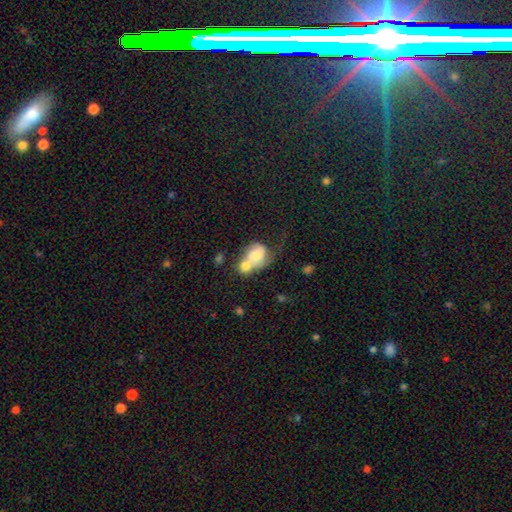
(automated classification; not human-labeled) This appears to be a smooth galaxy with no disk features (64%) that is round (53%). Merging: merger (68%).